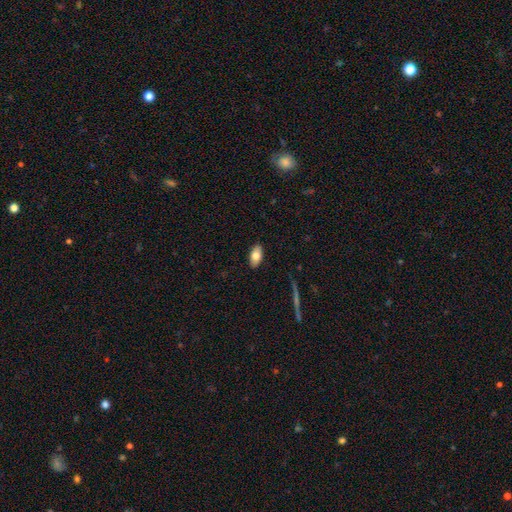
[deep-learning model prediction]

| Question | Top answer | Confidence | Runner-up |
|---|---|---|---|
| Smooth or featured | smooth | 76% | featured or disk (17%) |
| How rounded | in between | 92% | cigar-shaped (5%) |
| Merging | none | 88% | minor disturbance (9%) |